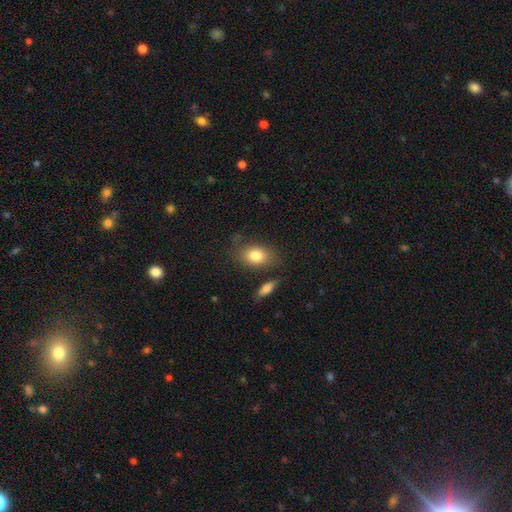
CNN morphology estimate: smooth-or-featured: smooth: 82% | featured or disk: 10% | star or artifact: 8%
  how-rounded: in between: 74% | round: 24% | cigar-shaped: 2%
  merging: none: 72% | minor disturbance: 16% | merger: 6% | major disturbance: 5%